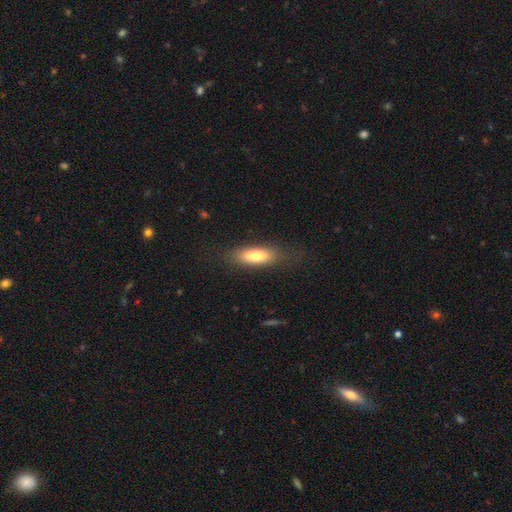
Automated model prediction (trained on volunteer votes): Morphology: type=smooth (74%); roundness=in between (62%); merging=none (78%).